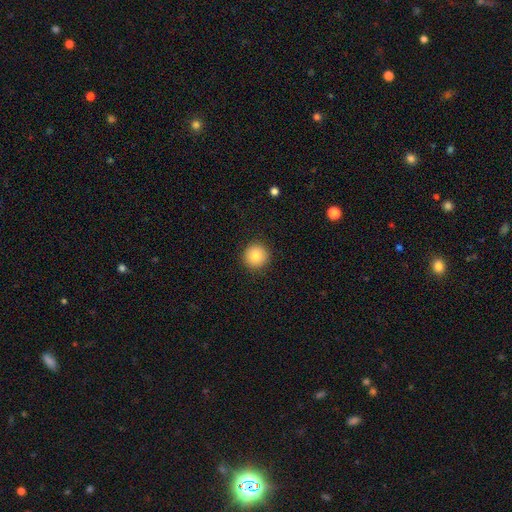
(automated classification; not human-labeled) A smooth galaxy with no disk features (85%) that is round (95%). Merging: none (91%).